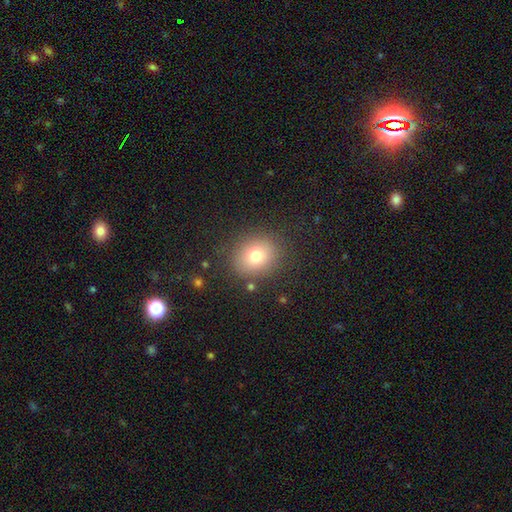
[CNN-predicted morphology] The model was most divided on "how rounded": round: 75%, in between: 24%, cigar-shaped: 1%. More confident: merging — none (85%); smooth or featured — smooth (75%).